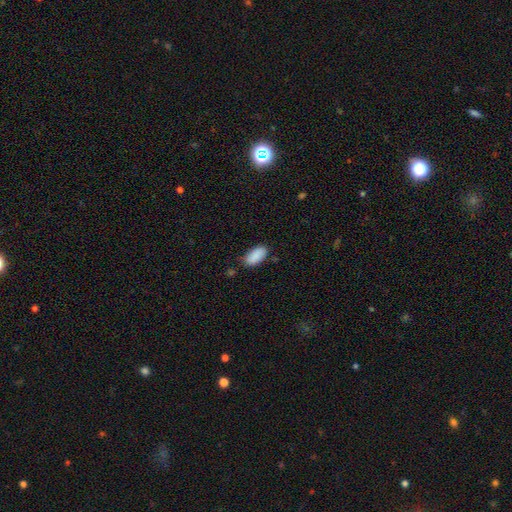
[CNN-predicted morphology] A smooth galaxy with no disk features (89%) that is in between round and cigar-shaped (93%). Merging: none (76%).